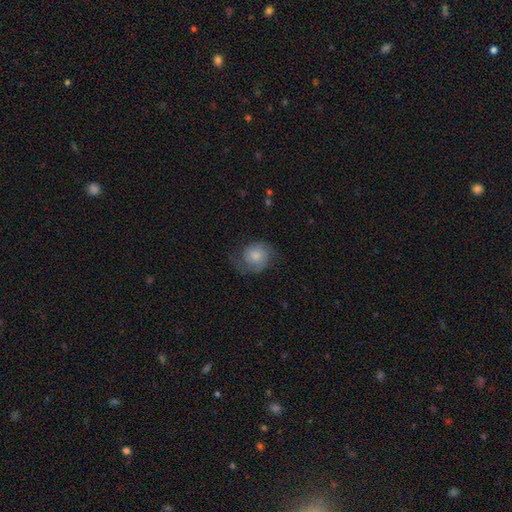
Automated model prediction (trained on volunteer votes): This is possibly a smooth galaxy (49%). Merging: possibly none (56%).